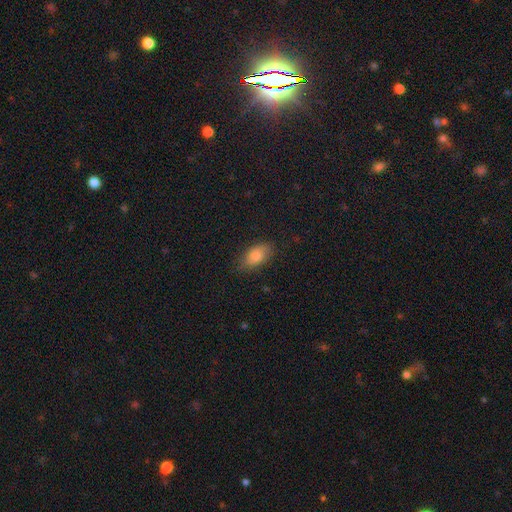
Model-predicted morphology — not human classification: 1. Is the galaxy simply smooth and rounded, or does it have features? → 83% smooth, 9% featured or disk, 8% star or artifact.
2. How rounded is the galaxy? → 90% in between, 6% round, 4% cigar-shaped.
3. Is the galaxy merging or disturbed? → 79% none, 16% minor disturbance, 4% major disturbance, 1% merger.